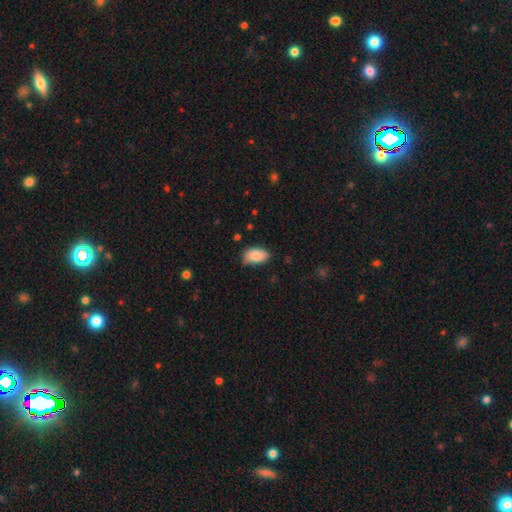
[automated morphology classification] Smooth or featured? smooth (87%)
How rounded? in between (93%)
Merging? none (69%)